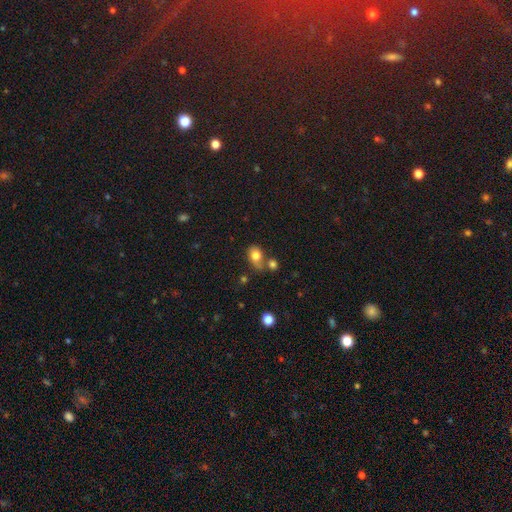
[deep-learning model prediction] A smooth galaxy with no disk features (79%) that is in between round and cigar-shaped (56%).

Vote fractions:
- Smooth or featured? smooth: 79% / featured or disk: 11% / star or artifact: 10%
- How rounded? in between: 56% / round: 43% / cigar-shaped: 1%
- Merging? none: 43% / merger: 30% / minor disturbance: 18% / major disturbance: 9%